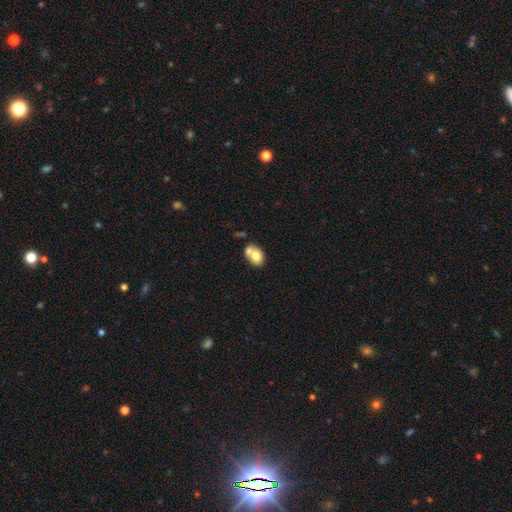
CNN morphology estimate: Smooth or featured?
  - smooth: 72% *
  - featured or disk: 20%
  - star or artifact: 8%
How rounded?
  - in between: 66% *
  - round: 33%
  - cigar-shaped: 1%
Merging?
  - merger: 49% *
  - none: 36%
  - minor disturbance: 11%
  - major disturbance: 4%